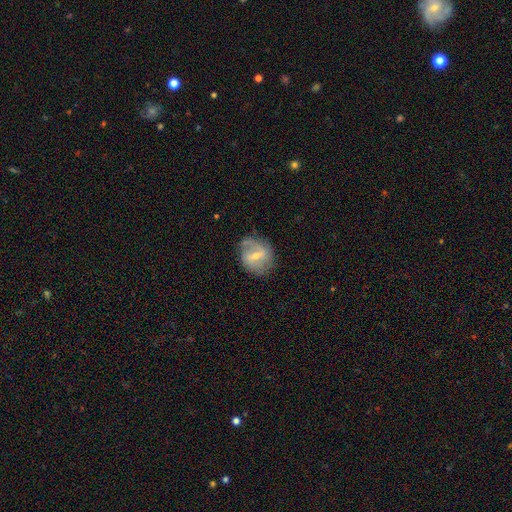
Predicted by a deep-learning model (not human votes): This appears to be a featured or disk galaxy (64%) with a weak bar (52%), spiral arms (73%) and a small central bulge (49%). Merging: none (64%).